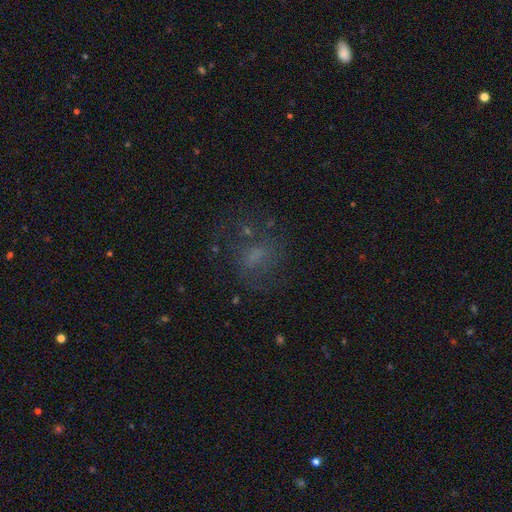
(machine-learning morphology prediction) A smooth galaxy with no disk features (44%).

Vote fractions:
- Smooth or featured? smooth: 44% / featured or disk: 31% / star or artifact: 25%
- Merging? none: 58% / major disturbance: 21% / minor disturbance: 18% / merger: 3%